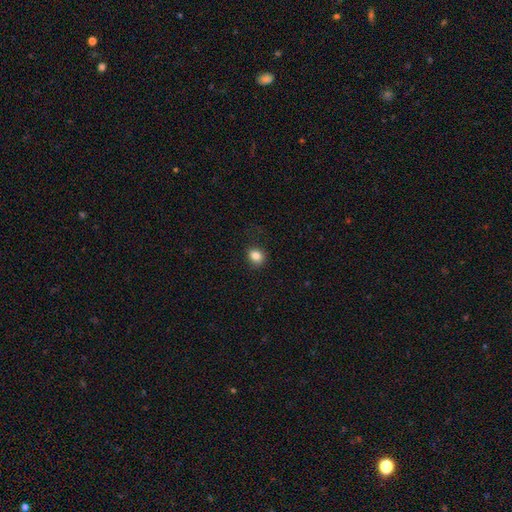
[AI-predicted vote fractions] Morphology: type=smooth (84%); roundness=round (67%); merging=none (81%).